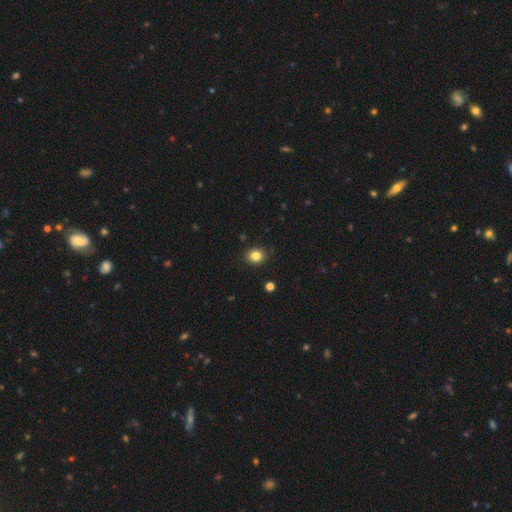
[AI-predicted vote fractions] Overall: smooth (83%). How rounded: round (62%; in between 37%). Merging: none (88%).